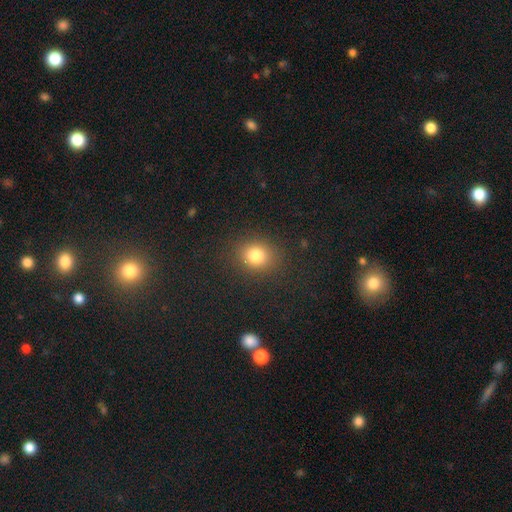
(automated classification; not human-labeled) Smooth or featured: smooth — 80% (star or artifact — 14%)
How rounded: round — 67% (in between — 32%)
Merging: none — 86% (minor disturbance — 9%)